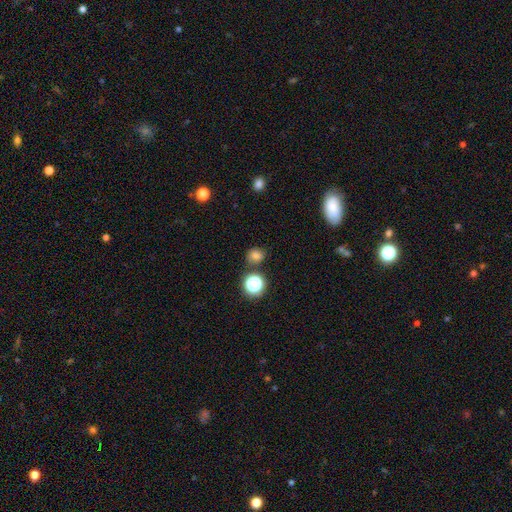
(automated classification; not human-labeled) smooth-or-featured: smooth: 73% | star or artifact: 20% | featured or disk: 7%
  how-rounded: round: 66% | in between: 33% | cigar-shaped: 1%
  merging: none: 76% | minor disturbance: 13% | merger: 6% | major disturbance: 4%